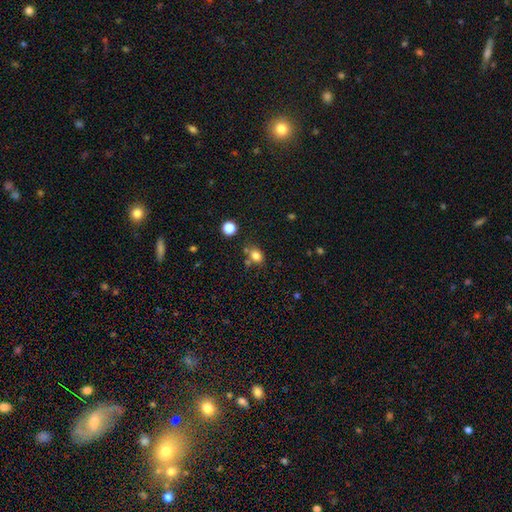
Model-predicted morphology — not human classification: Smooth or featured?
  - smooth: 79% *
  - star or artifact: 13%
  - featured or disk: 7%
How rounded?
  - in between: 57% *
  - round: 42%
  - cigar-shaped: 1%
Merging?
  - none: 62% *
  - minor disturbance: 16%
  - merger: 16%
  - major disturbance: 5%